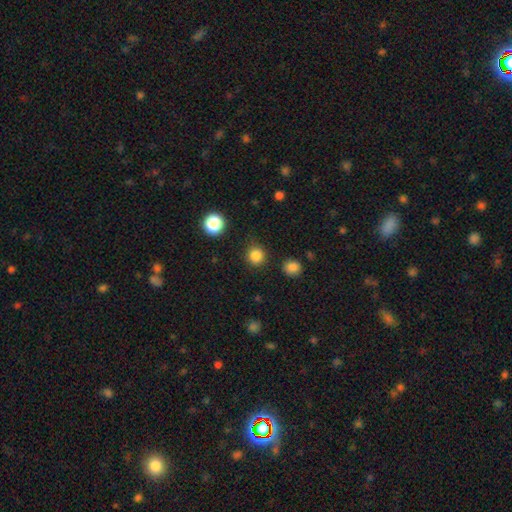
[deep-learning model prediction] Morphology: type=smooth (84%); roundness=round (93%); merging=none (88%).